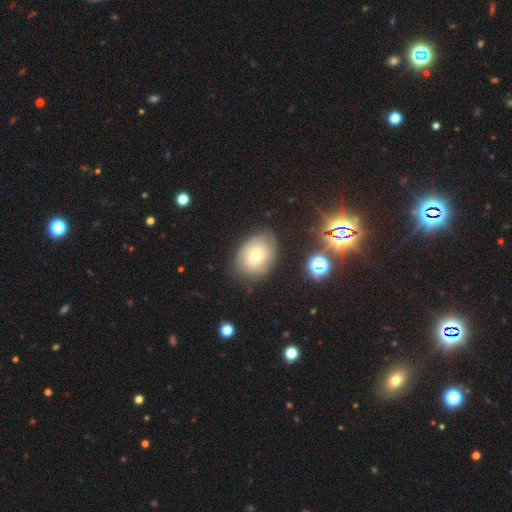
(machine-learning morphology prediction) type=smooth (51%); roundness=in between (64%); merging=none (71%).